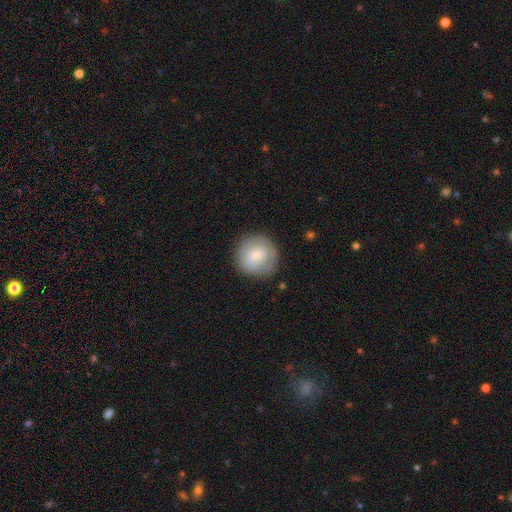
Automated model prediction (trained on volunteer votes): Morphology: type=smooth (60%); roundness=round (93%); merging=none (82%).